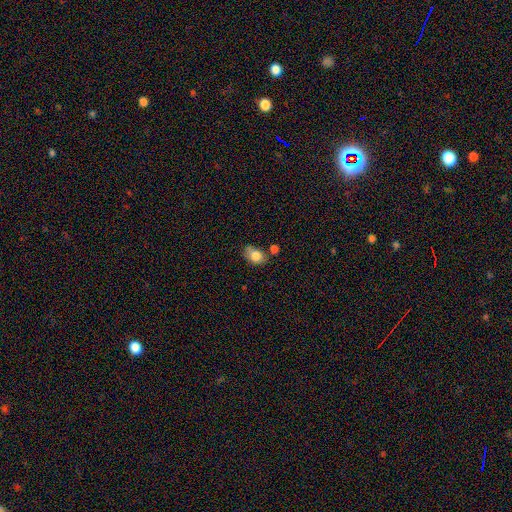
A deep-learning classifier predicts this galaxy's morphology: Smooth or featured? Predicted: smooth (p=0.82). How rounded? Predicted: in between (p=0.80). Merging? Predicted: none (p=0.52).